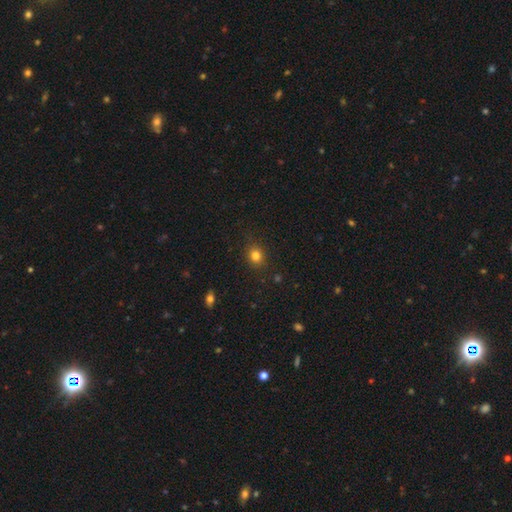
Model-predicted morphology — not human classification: Smooth or featured?
  - smooth: 81% *
  - star or artifact: 13%
  - featured or disk: 6%
How rounded?
  - round: 72% *
  - in between: 27%
  - cigar-shaped: 1%
Merging?
  - none: 87% *
  - minor disturbance: 9%
  - major disturbance: 3%
  - merger: 1%